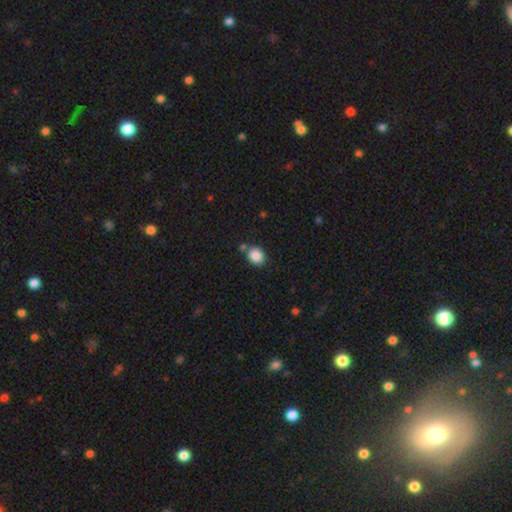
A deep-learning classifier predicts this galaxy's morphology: smooth_or_featured: smooth (p=0.87) [alt: star or artifact p=0.09]
how_rounded: round (p=0.59) [alt: in between p=0.40]
merging: none (p=0.73) [alt: minor disturbance p=0.12]